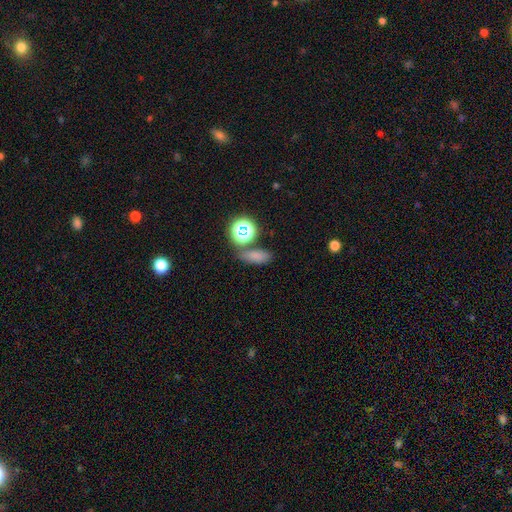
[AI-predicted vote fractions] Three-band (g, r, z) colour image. It shows a smooth galaxy with no disk features (71%) that is in between round and cigar-shaped (71%). Merging: none (66%).